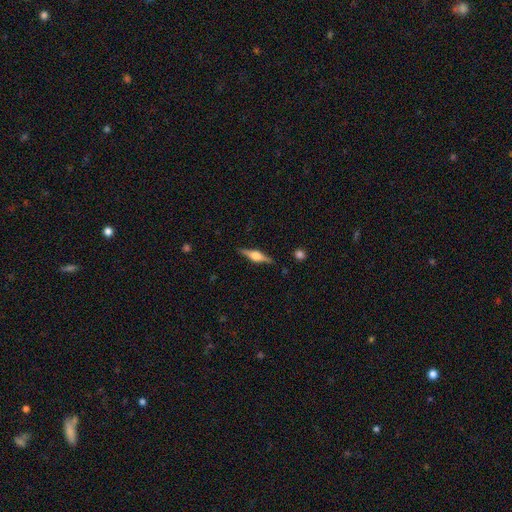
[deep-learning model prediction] Q: Smooth or featured?
A: featured or disk (75%); runner-up: smooth (18%)
Q: Edge-on disk?
A: yes (98%); runner-up: no (2%)
Q: Edge-on bulge?
A: rounded (88%); runner-up: boxy (10%)
Q: Merging?
A: none (89%); runner-up: minor disturbance (8%)